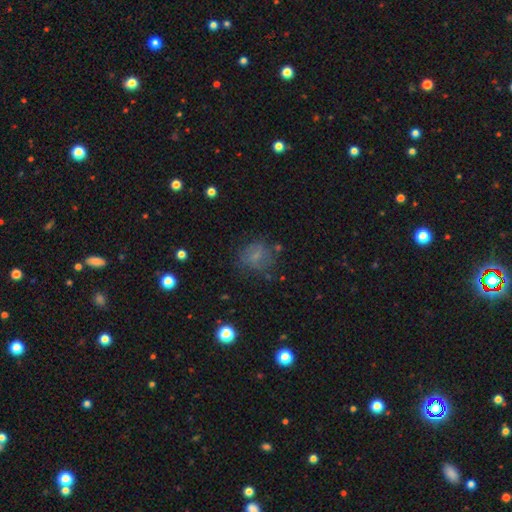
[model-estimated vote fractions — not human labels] Q: Smooth or featured?
A: smooth (59%); runner-up: featured or disk (24%)
Q: How rounded?
A: round (70%); runner-up: in between (28%)
Q: Merging?
A: none (63%); runner-up: minor disturbance (20%)